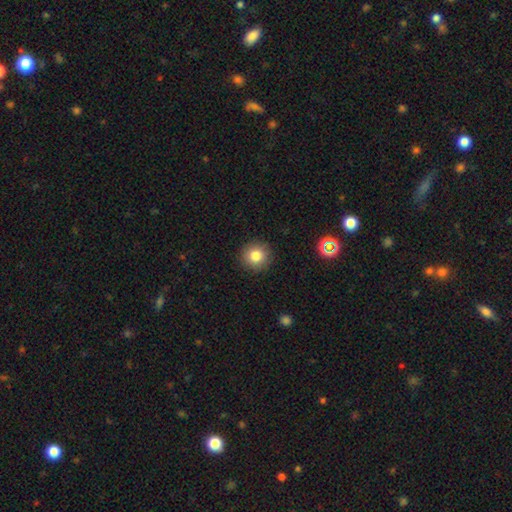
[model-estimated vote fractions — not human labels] smooth 82%, star or artifact 11%, featured or disk 7%. Down the decision tree: how rounded — round (93%); merging — none (91%).